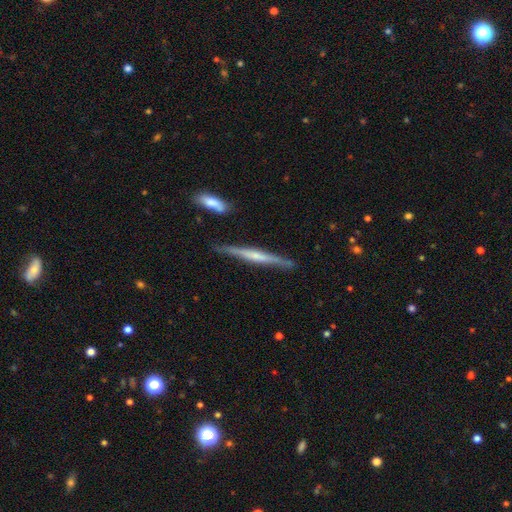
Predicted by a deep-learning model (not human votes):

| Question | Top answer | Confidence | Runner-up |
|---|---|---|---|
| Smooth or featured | featured or disk | 65% | smooth (29%) |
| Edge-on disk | yes | 96% | no (4%) |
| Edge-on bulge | rounded | 46% | none (36%) |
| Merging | none | 82% | minor disturbance (12%) |